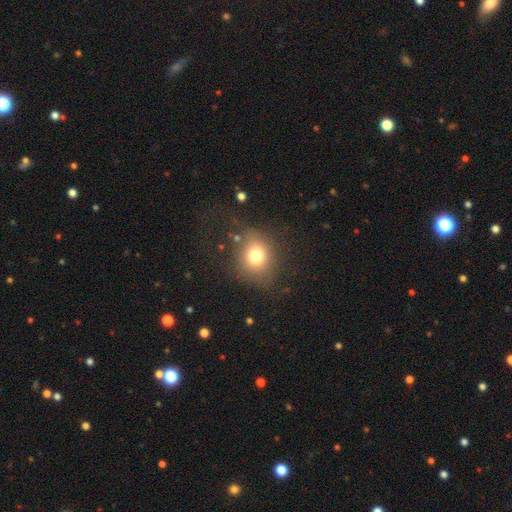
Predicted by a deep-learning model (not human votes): smooth 74%, star or artifact 14%, featured or disk 12%. Down the decision tree: how rounded — round (70%); merging — none (71%).